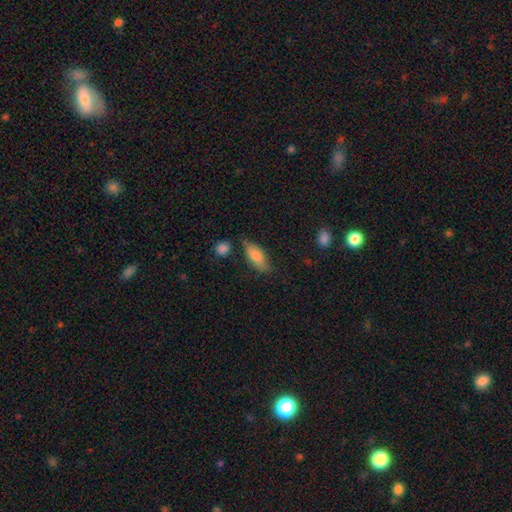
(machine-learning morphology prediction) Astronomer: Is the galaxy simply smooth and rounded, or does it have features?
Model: smooth — 78%.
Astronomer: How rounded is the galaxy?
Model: in between — 75%.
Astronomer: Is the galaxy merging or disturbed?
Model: none — 71%.